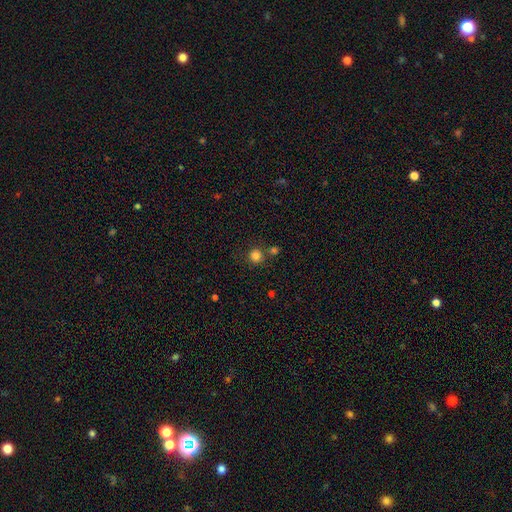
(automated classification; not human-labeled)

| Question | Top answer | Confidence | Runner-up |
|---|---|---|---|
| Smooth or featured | smooth | 82% | star or artifact (13%) |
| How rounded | round | 94% | in between (5%) |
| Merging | none | 75% | merger (14%) |